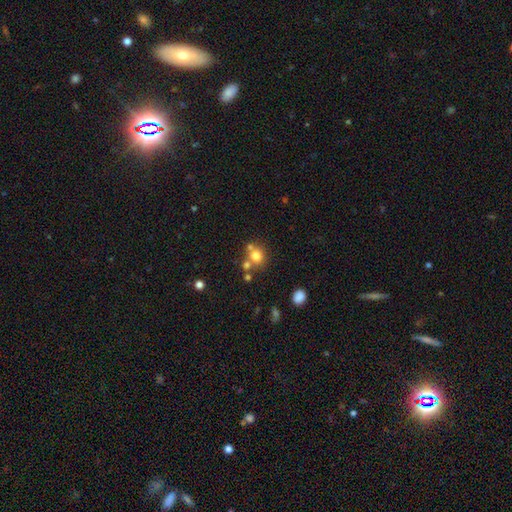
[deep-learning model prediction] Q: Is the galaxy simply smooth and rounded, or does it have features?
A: smooth — 74%.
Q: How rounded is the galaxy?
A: round — 81%.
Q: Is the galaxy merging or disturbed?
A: none — 56%.